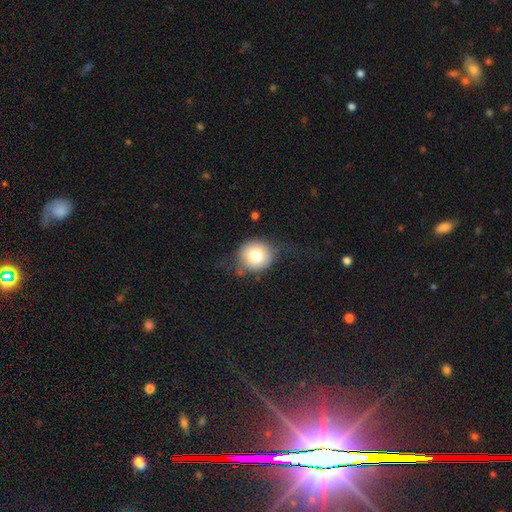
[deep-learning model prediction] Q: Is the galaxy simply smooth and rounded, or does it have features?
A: smooth — 78%.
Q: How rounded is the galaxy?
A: round — 83%.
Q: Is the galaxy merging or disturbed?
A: none — 67%.